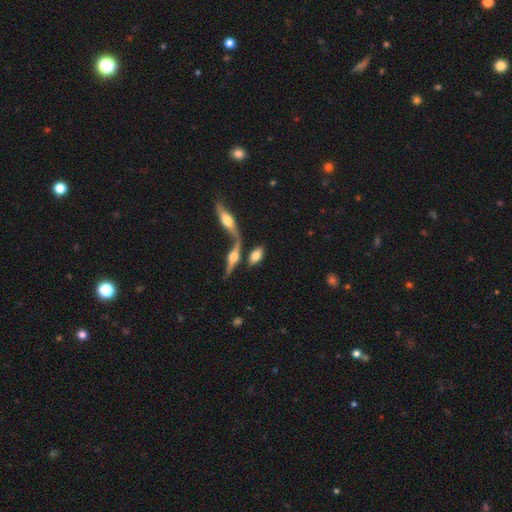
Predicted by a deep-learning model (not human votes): Overall: smooth (60%; featured or disk 33%). How rounded: in between (80%). Merging: none (51%; merger 33%).